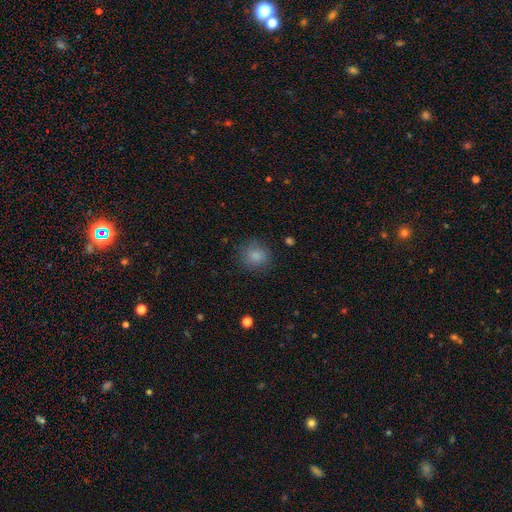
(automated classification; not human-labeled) smooth 84%, star or artifact 9%, featured or disk 7%. Down the decision tree: how rounded — round (86%); merging — none (80%).